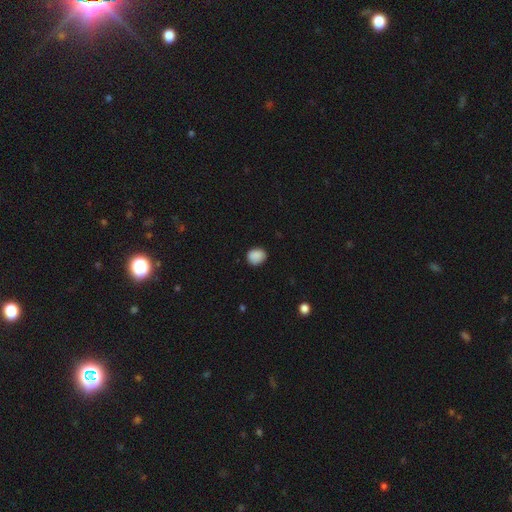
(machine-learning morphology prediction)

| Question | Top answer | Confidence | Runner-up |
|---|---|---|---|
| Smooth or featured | smooth | 88% | star or artifact (8%) |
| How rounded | round | 64% | in between (35%) |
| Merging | none | 84% | minor disturbance (12%) |